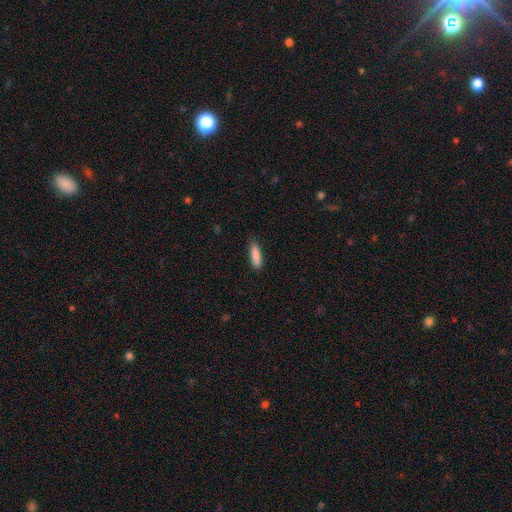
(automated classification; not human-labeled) A smooth galaxy with no disk features (88%) that is cigar-shaped (63%).

Vote fractions:
- Smooth or featured? smooth: 88% / star or artifact: 6% / featured or disk: 6%
- How rounded? cigar-shaped: 63% / in between: 36% / round: 1%
- Merging? none: 83% / minor disturbance: 13% / major disturbance: 2% / merger: 1%